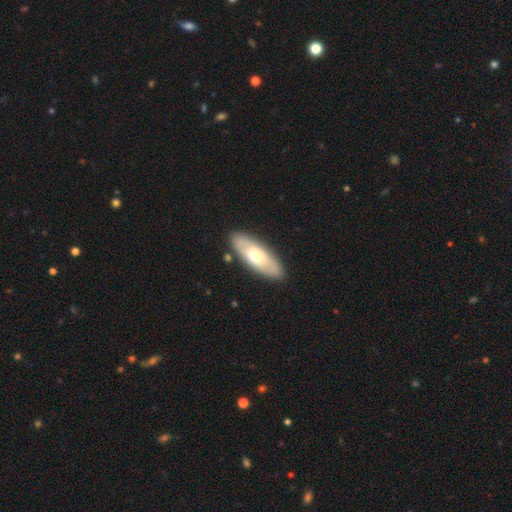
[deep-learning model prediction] smooth 59%, featured or disk 36%, star or artifact 5%. Down the decision tree: how rounded — in between (69%); merging — none (87%).